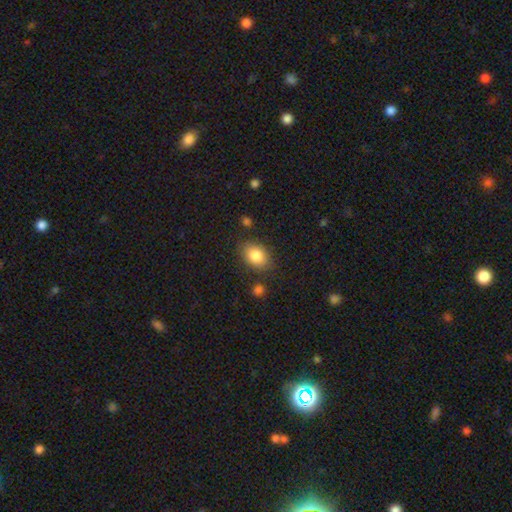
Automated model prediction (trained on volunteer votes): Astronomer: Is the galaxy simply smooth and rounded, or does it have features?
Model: smooth — 84%.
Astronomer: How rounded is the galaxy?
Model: in between — 75%.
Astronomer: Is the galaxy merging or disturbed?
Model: none — 80%.